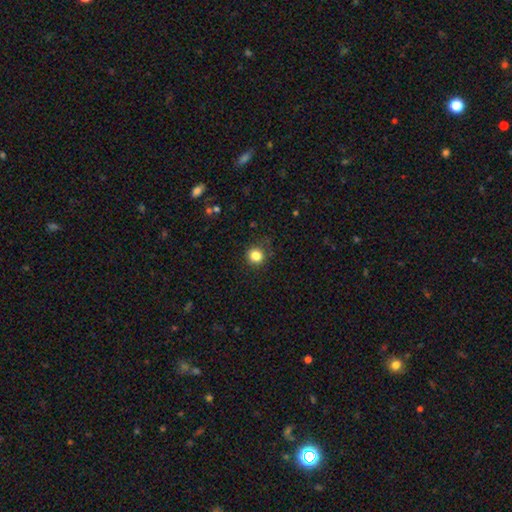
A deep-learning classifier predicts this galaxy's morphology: This appears to be a smooth galaxy with no disk features (84%) that is round (90%). Merging: none (84%).